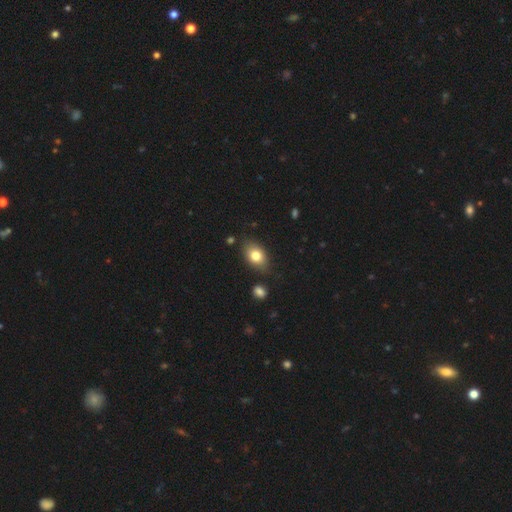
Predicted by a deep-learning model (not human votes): smooth-or-featured: smooth: 79% | featured or disk: 12% | star or artifact: 9%
  how-rounded: in between: 81% | round: 17% | cigar-shaped: 2%
  merging: none: 79% | minor disturbance: 15% | merger: 3% | major disturbance: 3%